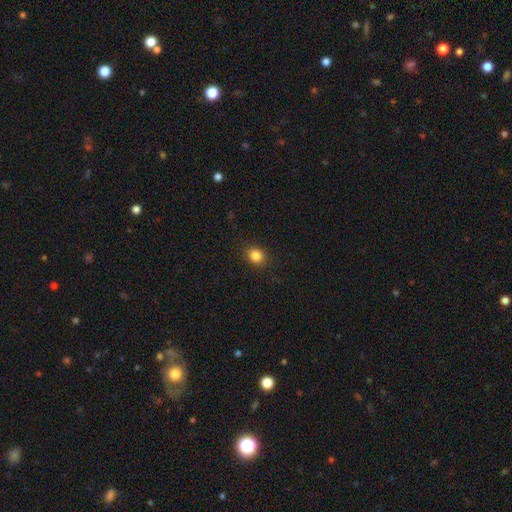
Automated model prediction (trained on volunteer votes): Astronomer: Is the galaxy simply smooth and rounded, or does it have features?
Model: smooth — 84%.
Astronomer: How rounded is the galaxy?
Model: round — 74%.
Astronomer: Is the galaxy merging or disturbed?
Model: none — 89%.